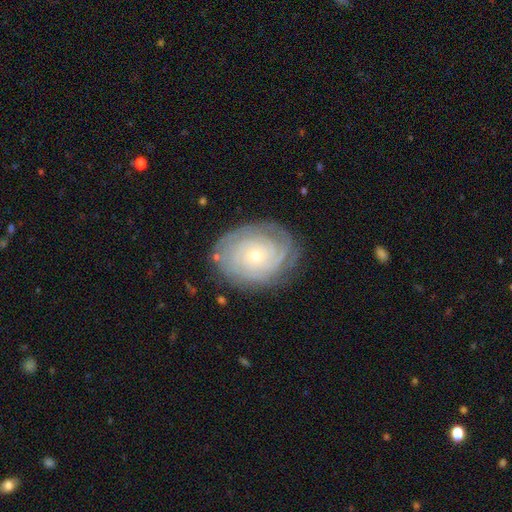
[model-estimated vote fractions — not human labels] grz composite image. It shows a featured or disk galaxy (80%) with no bar (84%), tight (83%) spiral arms (92%) and a small central bulge (71%). Merging: none (79%).